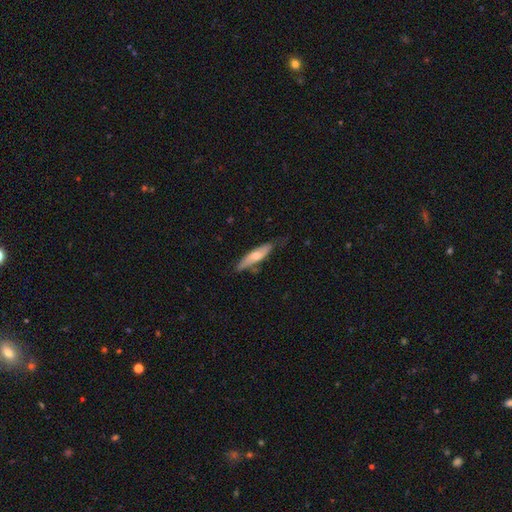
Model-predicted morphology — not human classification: smooth 48%, featured or disk 46%, star or artifact 6%. Down the decision tree: merging — none (65%).